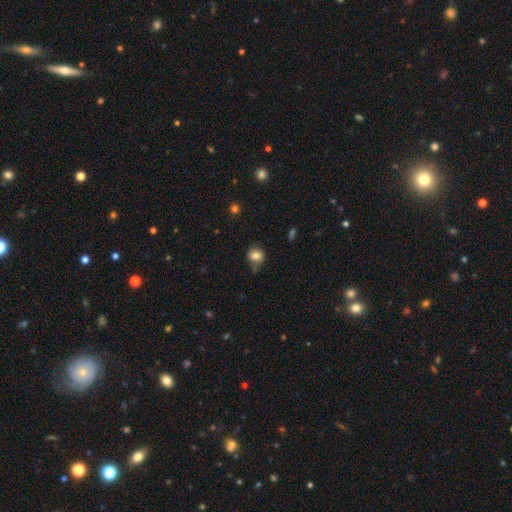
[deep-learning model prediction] Smooth or featured: smooth — 82% (star or artifact — 11%)
How rounded: round — 75% (in between — 24%)
Merging: none — 72% (minor disturbance — 17%)